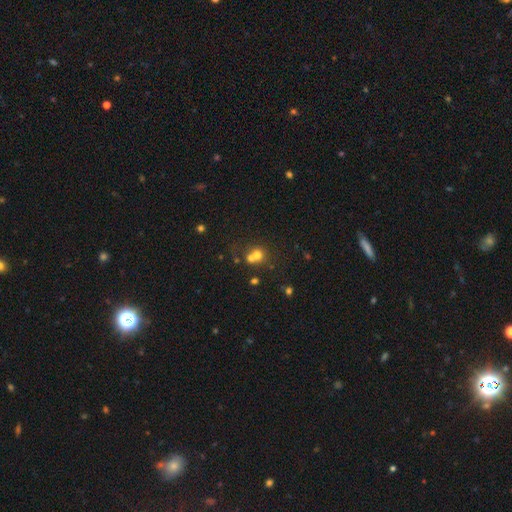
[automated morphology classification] This is likely a smooth galaxy (65%). How rounded: clearly round (81%). Merging: possibly merger (53%).